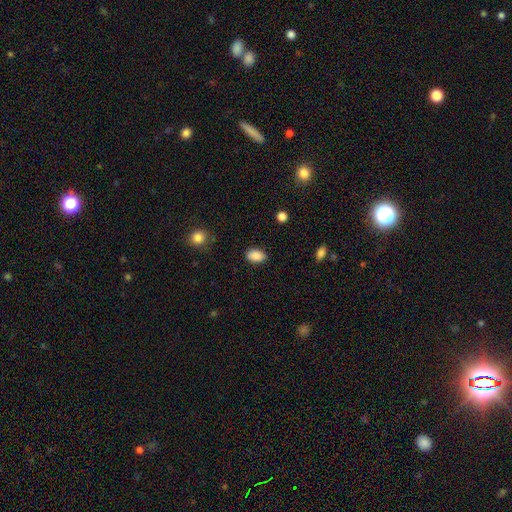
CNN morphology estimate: smooth-or-featured: smooth: 88% | star or artifact: 8% | featured or disk: 4%
  how-rounded: in between: 89% | round: 10% | cigar-shaped: 2%
  merging: none: 85% | minor disturbance: 11% | major disturbance: 3% | merger: 1%